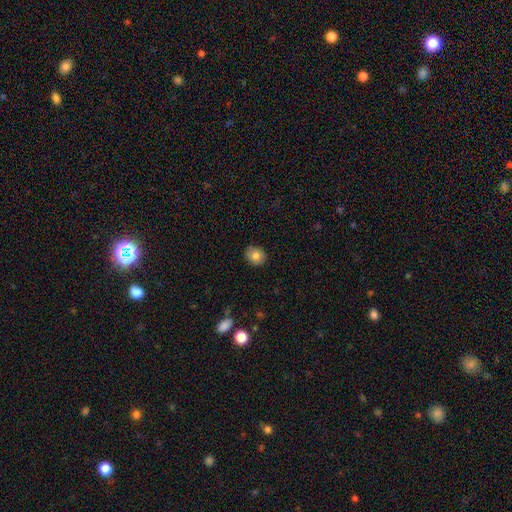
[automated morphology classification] smooth-or-featured: smooth: 79% | featured or disk: 12% | star or artifact: 9%
  how-rounded: round: 66% | in between: 33% | cigar-shaped: 1%
  merging: none: 87% | minor disturbance: 10% | major disturbance: 2% | merger: 1%